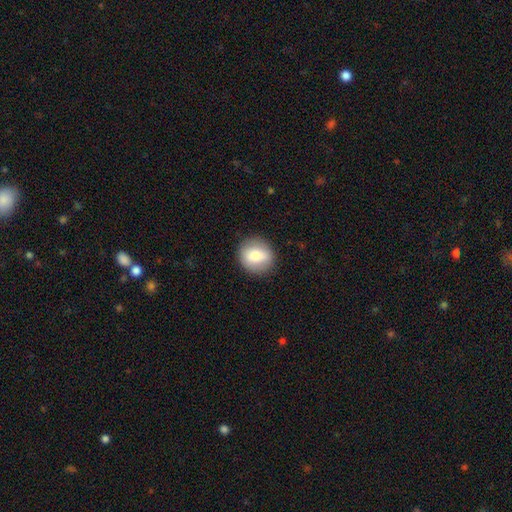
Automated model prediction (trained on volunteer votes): This appears to be a smooth galaxy with no disk features (74%) that is round (85%). Merging: none (88%).